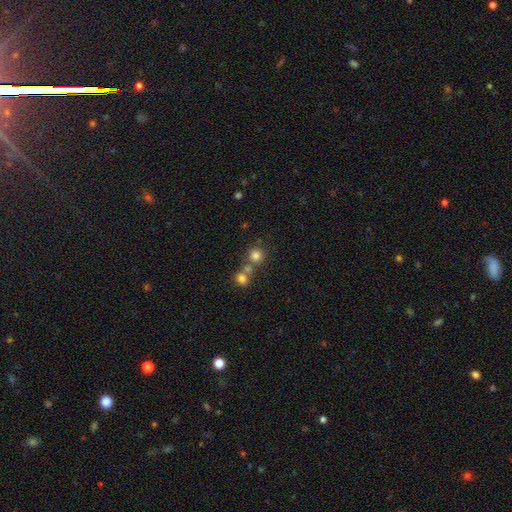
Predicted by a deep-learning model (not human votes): A smooth galaxy with no disk features (78%) that is round (90%). Merging: none (58%).